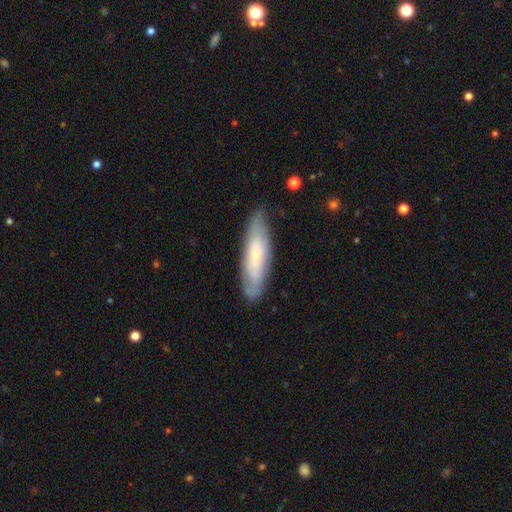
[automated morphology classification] Smooth or featured? featured or disk (48%)
Merging? none (78%)